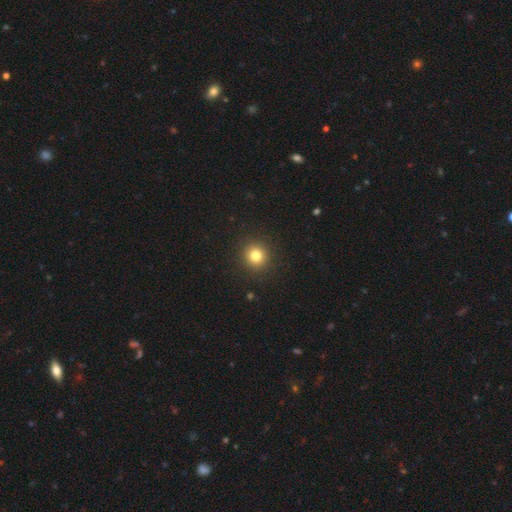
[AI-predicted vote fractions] A smooth galaxy with no disk features (81%) that is round (91%). Merging: none (91%).